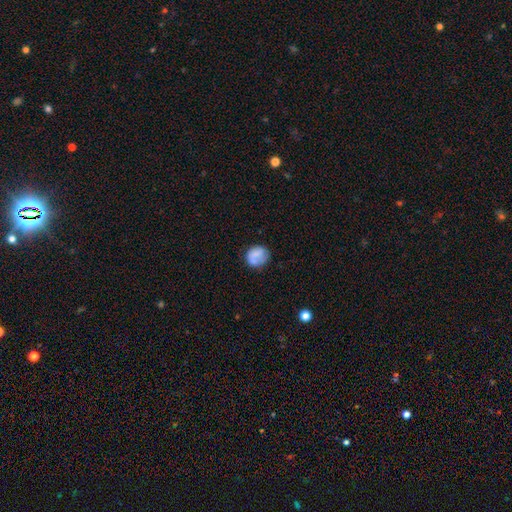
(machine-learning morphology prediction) Smooth or featured: smooth — 68% (featured or disk — 23%)
How rounded: round — 73% (in between — 26%)
Merging: none — 59% (minor disturbance — 24%)